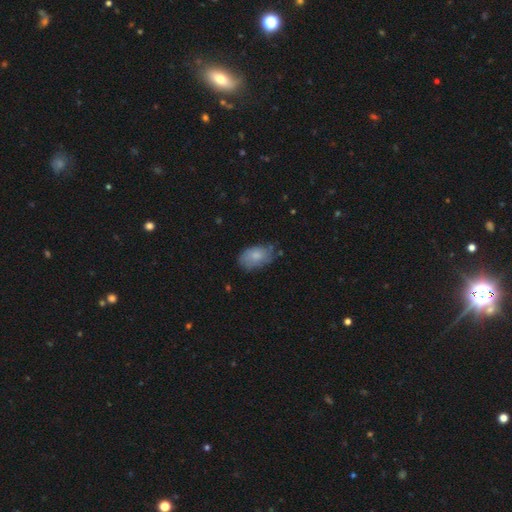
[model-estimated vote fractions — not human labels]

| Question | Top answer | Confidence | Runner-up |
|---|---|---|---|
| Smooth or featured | smooth | 70% | featured or disk (23%) |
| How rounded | in between | 92% | round (6%) |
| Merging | none | 63% | minor disturbance (28%) |